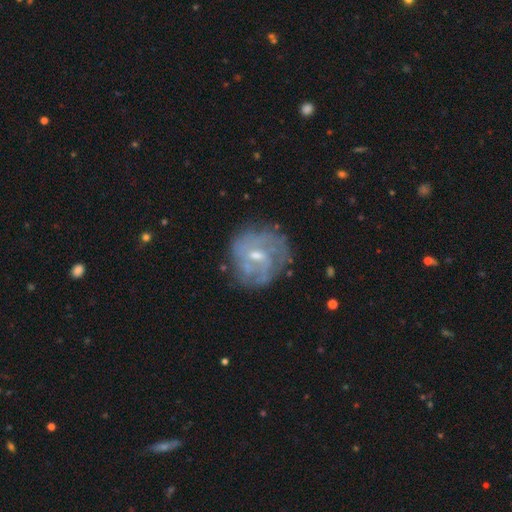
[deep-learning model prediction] Smooth or featured: featured or disk — 71% (smooth — 22%)
Edge-on disk: no — 97% (yes — 3%)
Bar: weak — 53% (no — 38%)
Spiral arms: yes — 70% (no — 30%)
Bulge size: small — 46% (tied with moderate — 46%)
Merging: none — 67% (minor disturbance — 19%)